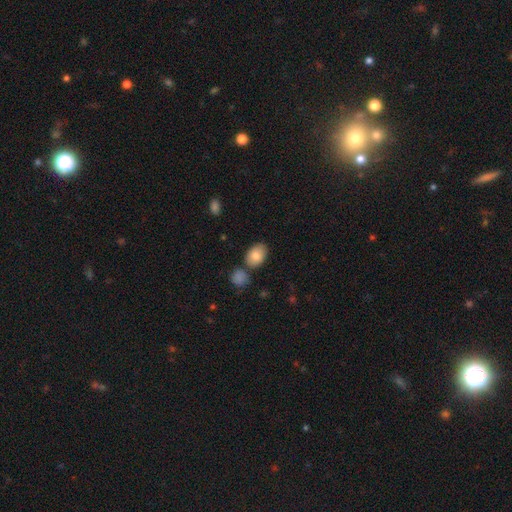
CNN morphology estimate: smooth-or-featured: smooth: 84% | featured or disk: 10% | star or artifact: 7%
  how-rounded: in between: 86% | round: 13% | cigar-shaped: 1%
  merging: none: 70% | minor disturbance: 13% | merger: 13% | major disturbance: 3%